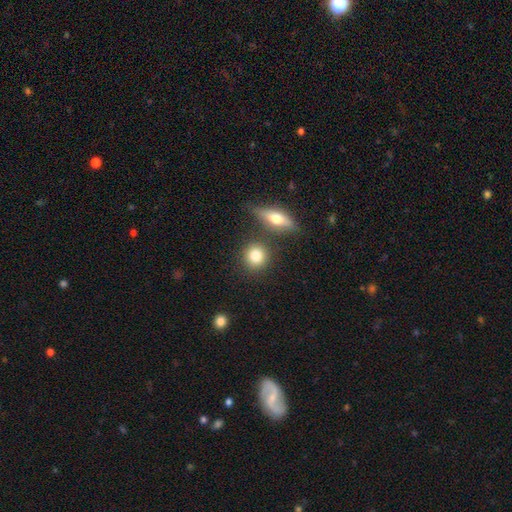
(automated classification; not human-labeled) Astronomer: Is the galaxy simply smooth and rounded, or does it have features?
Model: smooth — 81%.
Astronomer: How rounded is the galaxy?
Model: round — 83%.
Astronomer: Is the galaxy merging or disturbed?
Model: none — 76%.